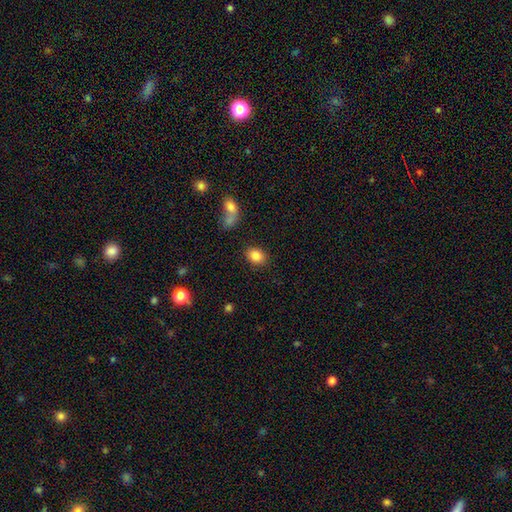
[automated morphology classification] Overall: smooth (84%). How rounded: in between (65%; round 34%). Merging: none (83%).